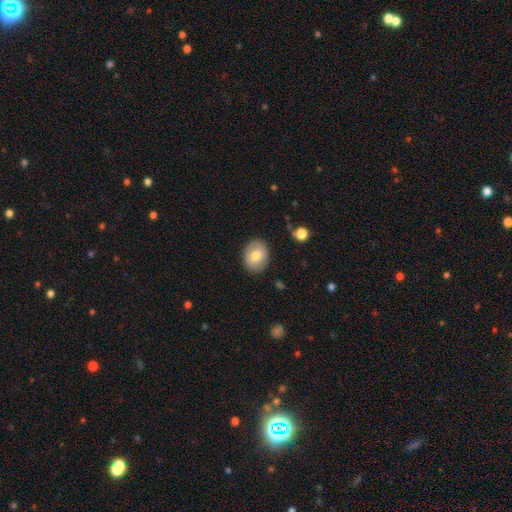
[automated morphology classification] The model was most divided on "how rounded": in between: 53%, round: 46%, cigar-shaped: 1%. More confident: merging — none (87%); smooth or featured — smooth (73%).